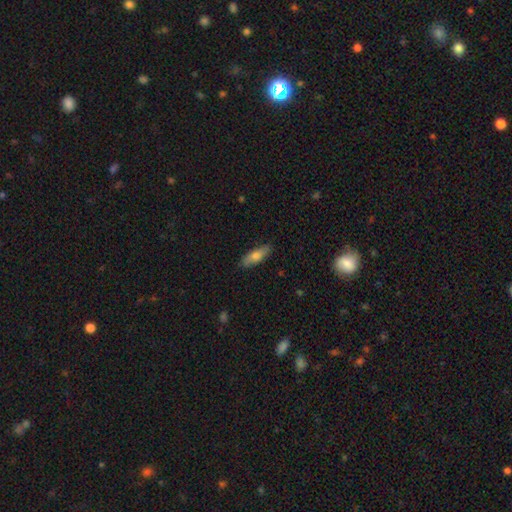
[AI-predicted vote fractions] Smooth or featured: smooth — 69% (featured or disk — 24%)
How rounded: in between — 53% (cigar-shaped — 45%)
Merging: none — 86% (minor disturbance — 11%)